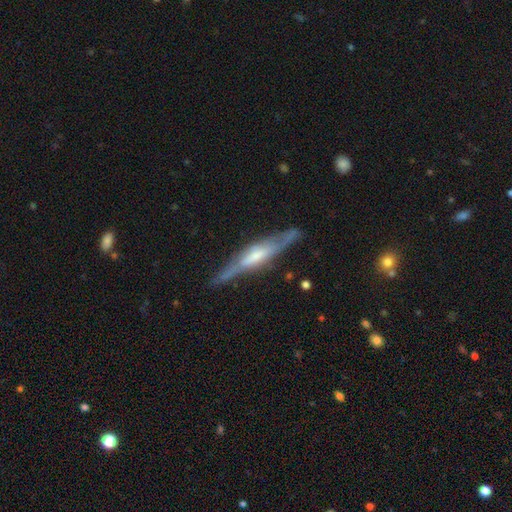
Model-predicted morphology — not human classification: Overall: featured or disk (75%). Edge-on disk: yes (90%). Edge-on bulge: rounded (43%; boxy 40%). Merging: none (78%).